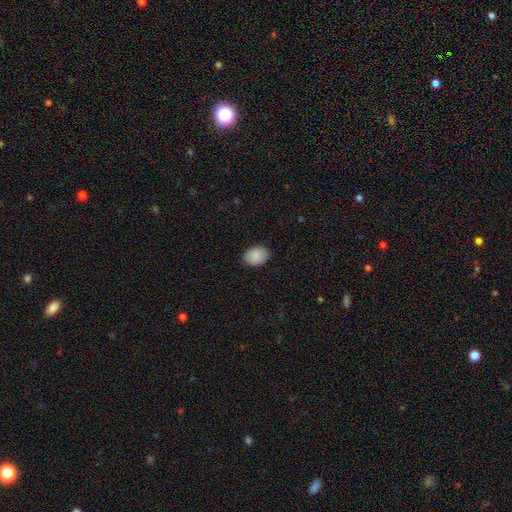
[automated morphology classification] smooth_or_featured: smooth (p=0.89) [alt: star or artifact p=0.07]
how_rounded: in between (p=0.76) [alt: round p=0.23]
merging: none (p=0.88) [alt: minor disturbance p=0.09]